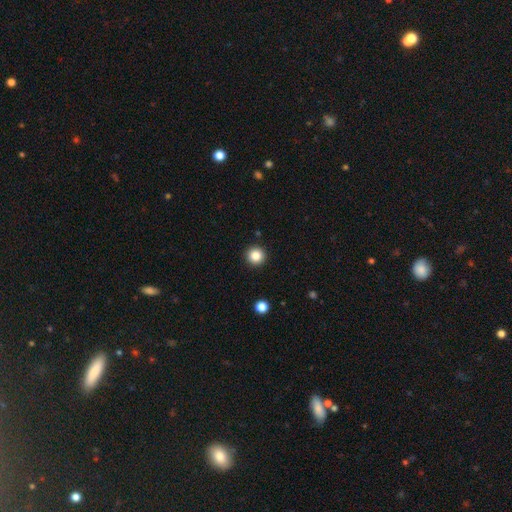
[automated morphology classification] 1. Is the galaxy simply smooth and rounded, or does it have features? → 85% smooth, 11% star or artifact, 4% featured or disk.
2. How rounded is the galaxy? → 96% round, 3% in between, 1% cigar-shaped.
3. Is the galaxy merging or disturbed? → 93% none, 4% minor disturbance, 2% major disturbance, 1% merger.